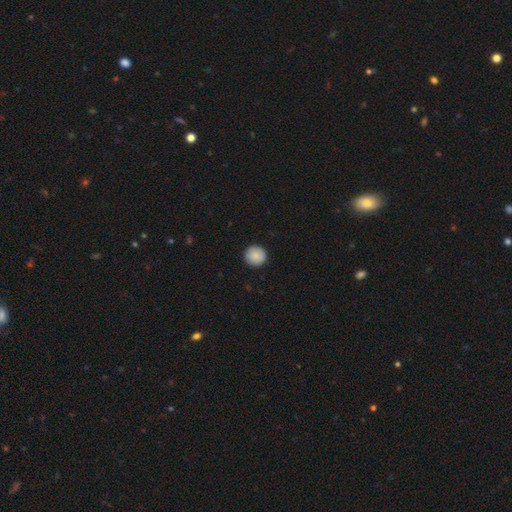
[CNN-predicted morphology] Smooth or featured? smooth (89%)
How rounded? round (96%)
Merging? none (93%)